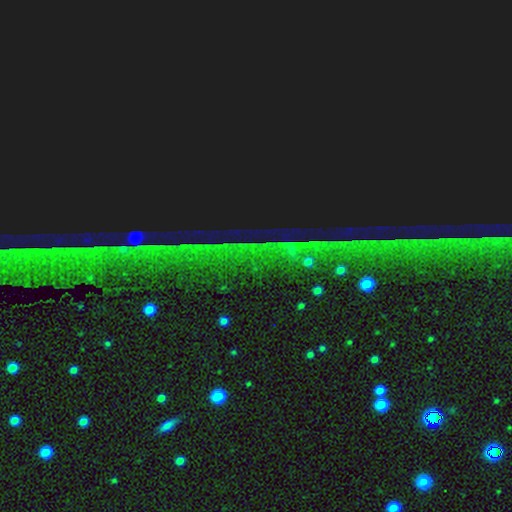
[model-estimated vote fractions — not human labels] The model was most divided on "smooth or featured": star or artifact: 85%, featured or disk: 8%, smooth: 7%.